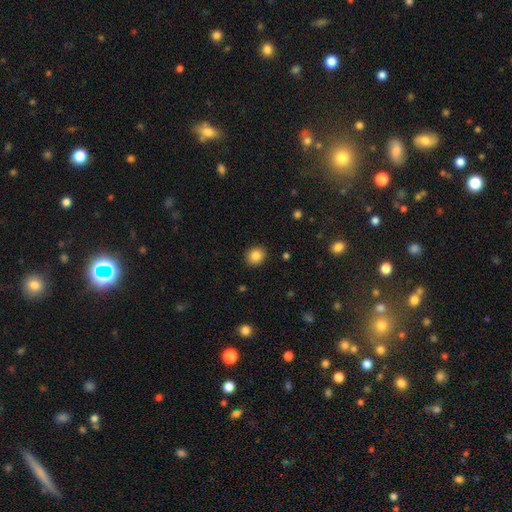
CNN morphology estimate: Smooth or featured: smooth — 86% (star or artifact — 9%)
How rounded: round — 70% (in between — 29%)
Merging: none — 90% (minor disturbance — 7%)